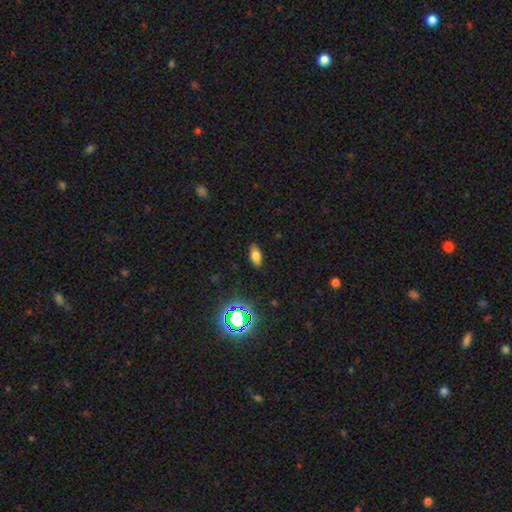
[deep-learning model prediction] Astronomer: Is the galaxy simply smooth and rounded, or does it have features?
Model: smooth — 69%.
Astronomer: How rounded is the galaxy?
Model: in between — 84%.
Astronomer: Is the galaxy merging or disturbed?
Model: none — 86%.